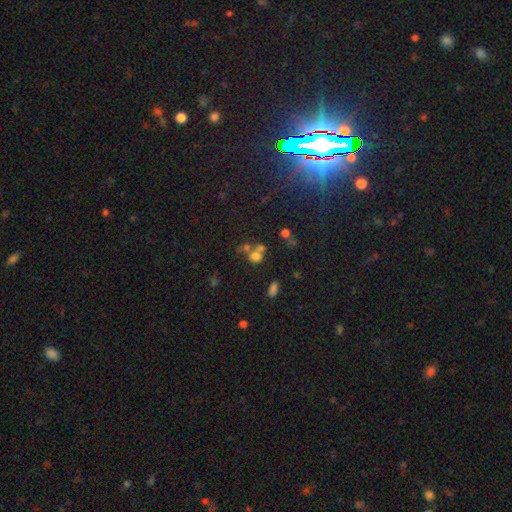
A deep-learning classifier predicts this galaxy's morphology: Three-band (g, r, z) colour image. It shows a smooth galaxy with no disk features (66%) that is round (72%). Merging: merger (43%).